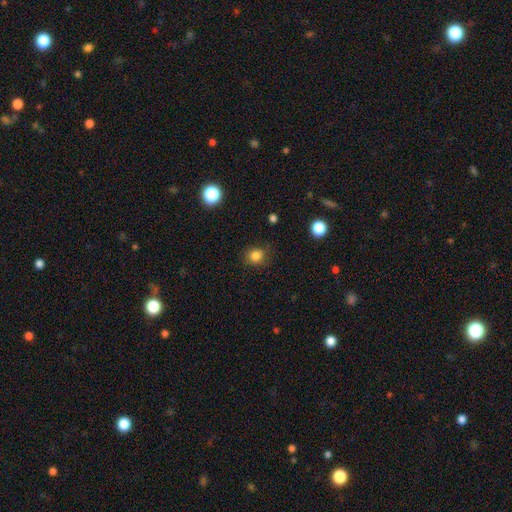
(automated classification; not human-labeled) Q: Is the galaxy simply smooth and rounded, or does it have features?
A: smooth — 82%.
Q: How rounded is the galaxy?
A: round — 81%.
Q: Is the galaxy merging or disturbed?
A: none — 81%.